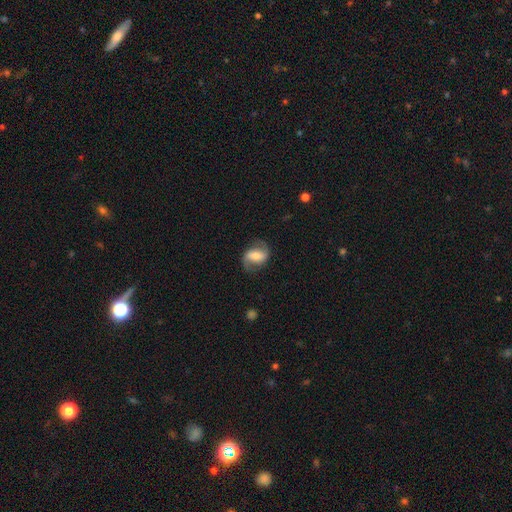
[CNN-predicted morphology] Smooth or featured? featured or disk (74%)
Edge-on disk? no (97%)
Bar? weak (40%)
Spiral arms? yes (93%)
Spiral winding? loose (44%)
Spiral arm count? 2 (90%)
Bulge size? moderate (42%)
Merging? none (75%)